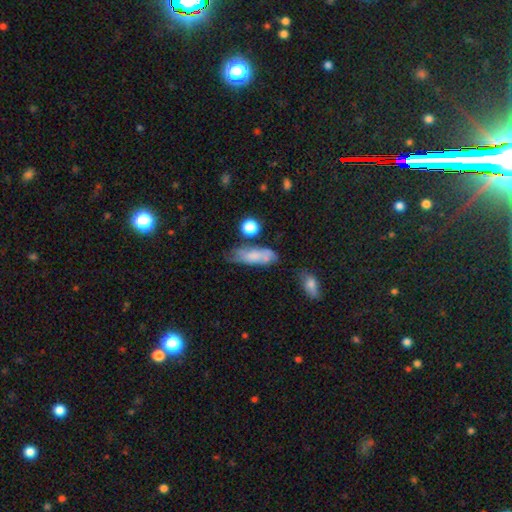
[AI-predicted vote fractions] This is likely a smooth galaxy (62%). How rounded: likely in between (61%). Merging: possibly none (51%).